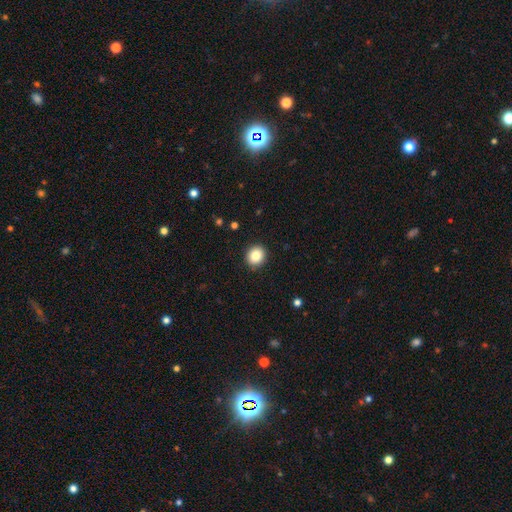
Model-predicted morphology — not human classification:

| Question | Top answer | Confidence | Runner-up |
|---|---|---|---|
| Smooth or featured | smooth | 84% | star or artifact (9%) |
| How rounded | round | 85% | in between (14%) |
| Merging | none | 92% | minor disturbance (6%) |